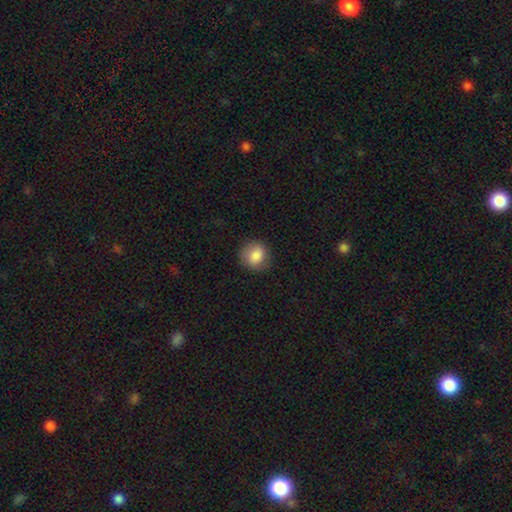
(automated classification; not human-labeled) A smooth galaxy with no disk features (82%) that is round (85%). Merging: none (82%).